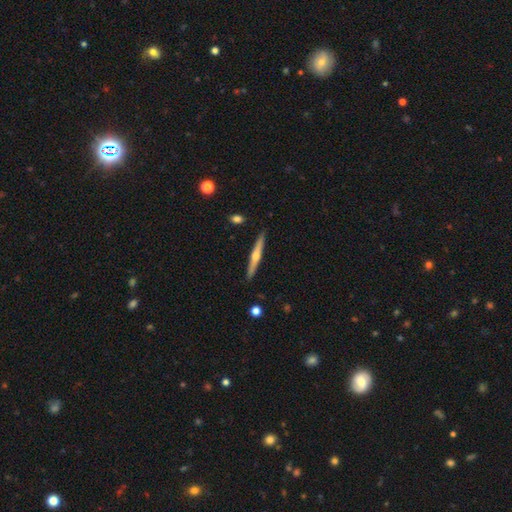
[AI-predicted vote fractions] This appears to be a featured or disk galaxy (64%) viewed edge-on (97%) with a rounded central bulge (89%). Merging: none (90%).